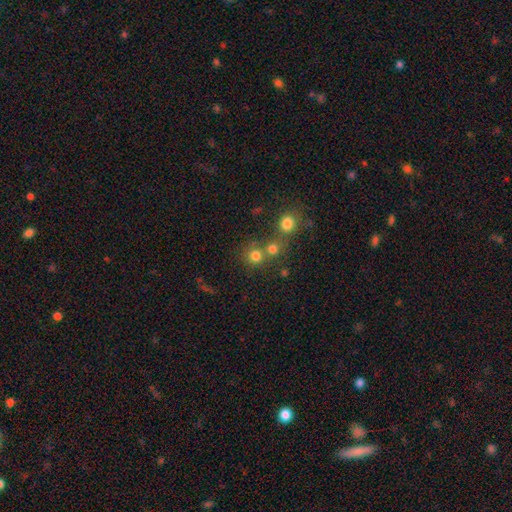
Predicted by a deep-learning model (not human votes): Q: Smooth or featured?
A: smooth (75%); runner-up: star or artifact (16%)
Q: How rounded?
A: round (89%); runner-up: in between (10%)
Q: Merging?
A: none (56%); runner-up: merger (33%)